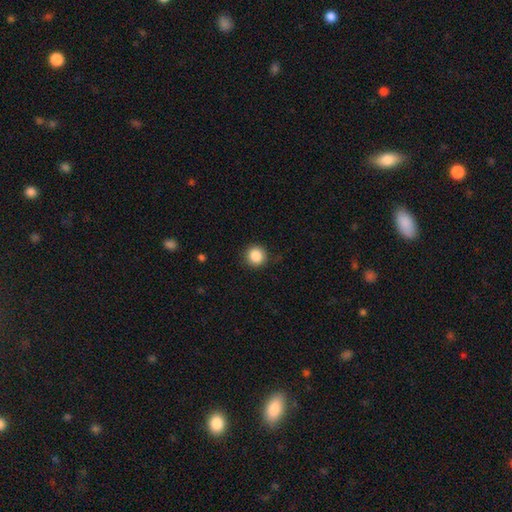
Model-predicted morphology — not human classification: Smooth or featured? smooth (87%)
How rounded? round (92%)
Merging? none (88%)